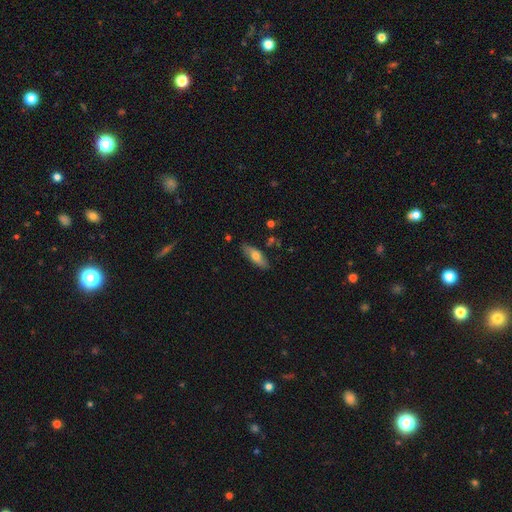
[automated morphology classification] A smooth galaxy with no disk features (66%) that is in between round and cigar-shaped (63%).

Vote fractions:
- Smooth or featured? smooth: 66% / featured or disk: 27% / star or artifact: 7%
- How rounded? in between: 63% / cigar-shaped: 35% / round: 3%
- Merging? none: 83% / minor disturbance: 13% / major disturbance: 2% / merger: 2%